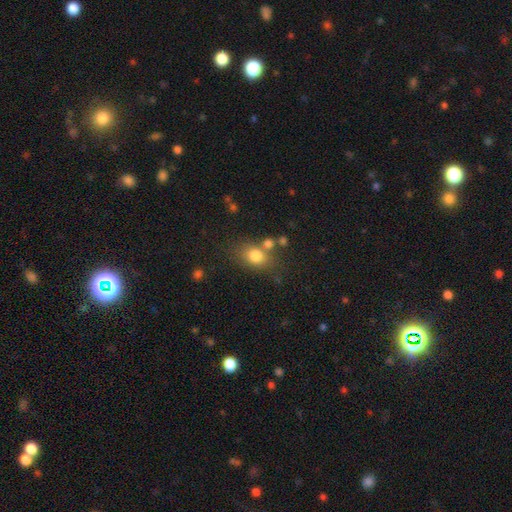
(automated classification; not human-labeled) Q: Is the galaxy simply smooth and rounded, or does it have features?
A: smooth — 79%.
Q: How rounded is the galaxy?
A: in between — 60%.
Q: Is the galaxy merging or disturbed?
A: none — 62%.